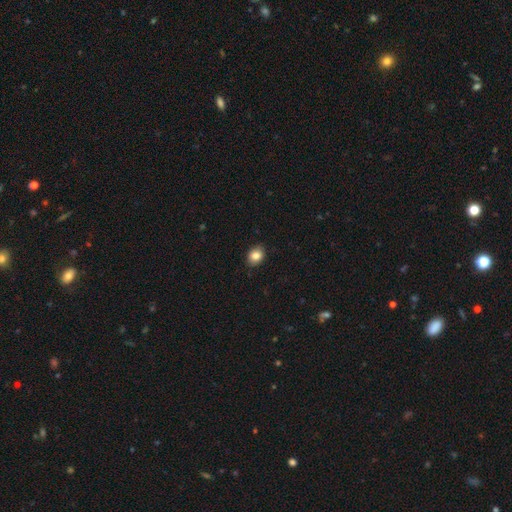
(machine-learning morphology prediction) Q: Smooth or featured?
A: smooth (85%); runner-up: star or artifact (9%)
Q: How rounded?
A: in between (60%); runner-up: round (39%)
Q: Merging?
A: none (87%); runner-up: minor disturbance (10%)